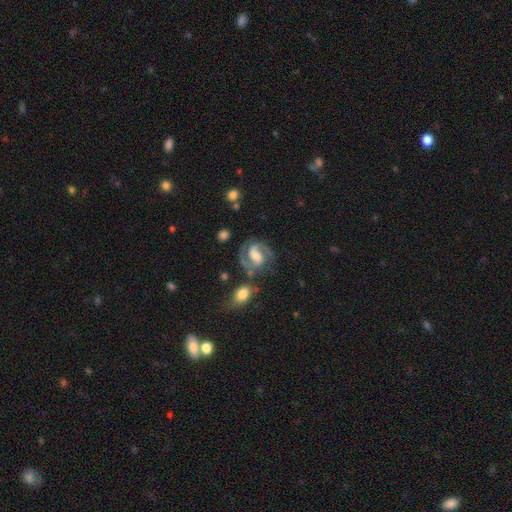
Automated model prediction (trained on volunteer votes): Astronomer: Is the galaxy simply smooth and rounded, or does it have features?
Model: featured or disk — 86%.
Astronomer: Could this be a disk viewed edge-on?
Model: no — 98%.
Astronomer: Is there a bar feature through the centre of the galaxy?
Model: weak — 41% (runner-up: strong, 38%).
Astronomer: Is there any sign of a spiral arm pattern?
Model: yes — 97%.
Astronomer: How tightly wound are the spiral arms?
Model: medium — 58%.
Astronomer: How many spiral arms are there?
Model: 2 — 92%.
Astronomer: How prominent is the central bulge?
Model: moderate — 41% (runner-up: small, 25%).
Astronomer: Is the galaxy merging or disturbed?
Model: none — 69%.